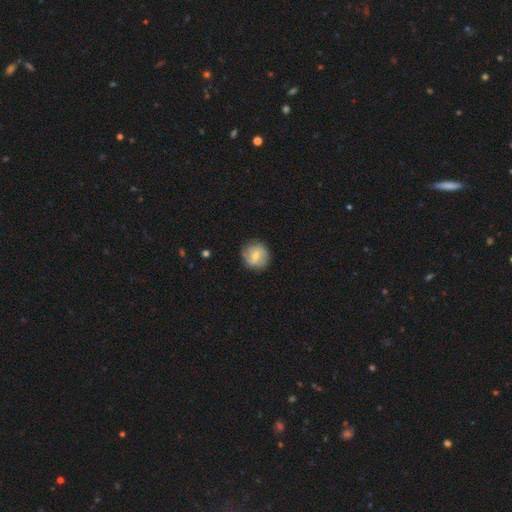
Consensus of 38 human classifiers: A featured or disk galaxy (50%) with a weak bar (76%), 2 (67%) medium (75%) spiral arms (71%) and a moderate central bulge (41%, tied with small).

Vote fractions:
- Smooth or featured? featured or disk: 50% / smooth: 45% / star or artifact: 5%
- Edge-on disk? no: 89% / yes: 11%
- Bar? weak: 76% / no: 18% / strong: 6%
- Spiral arms? yes: 71% / no: 29%
- Spiral winding? medium: 75% / tight: 17% / loose: 8%
- Spiral arm count? 2: 67% / can't tell: 33% / 1: 0% / 3: 0% / 4: 0% / more than 4: 0%
- Bulge size? moderate: 41% (tied) / small: 41% (tied) / large: 12% / none: 6% / dominant: 0%
- Merging? none: 89% / minor disturbance: 8% / merger: 3% / major disturbance: 0%